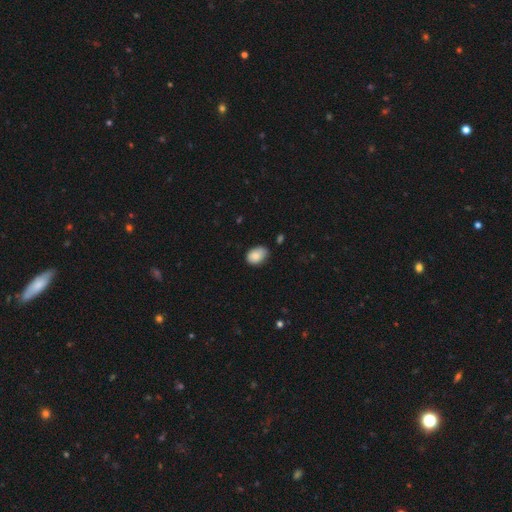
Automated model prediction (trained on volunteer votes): This is clearly a smooth galaxy (86%). How rounded: clearly in between (82%). Merging: likely none (61%).